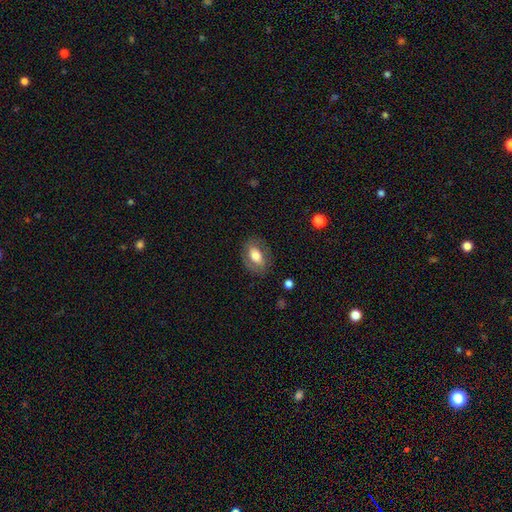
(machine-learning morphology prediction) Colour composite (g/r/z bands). It shows a smooth galaxy with no disk features (63%) that is in between round and cigar-shaped (84%). Merging: none (80%).